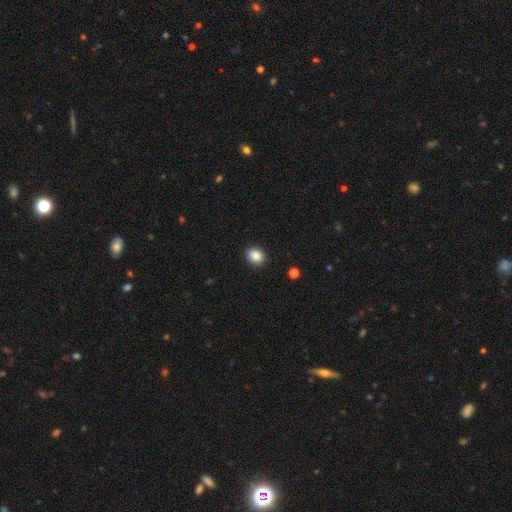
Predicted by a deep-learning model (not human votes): The model was most divided on "how rounded": round: 58%, in between: 41%, cigar-shaped: 1%. More confident: merging — none (91%); smooth or featured — smooth (87%).